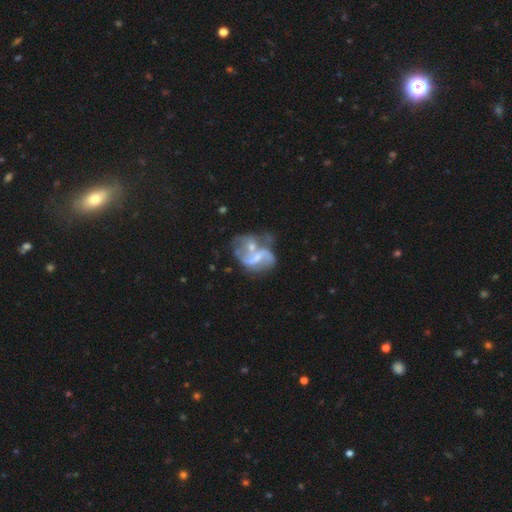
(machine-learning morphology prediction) The model was most divided on "bar": weak: 45%, no: 34%, strong: 21%. Remaining: edge-on disk — no (98%); spiral arm count — 2 (79%); spiral arms — yes (79%); smooth or featured — featured or disk (78%); spiral winding — loose (61%); bulge size — small (48%); merging — merger (41%).